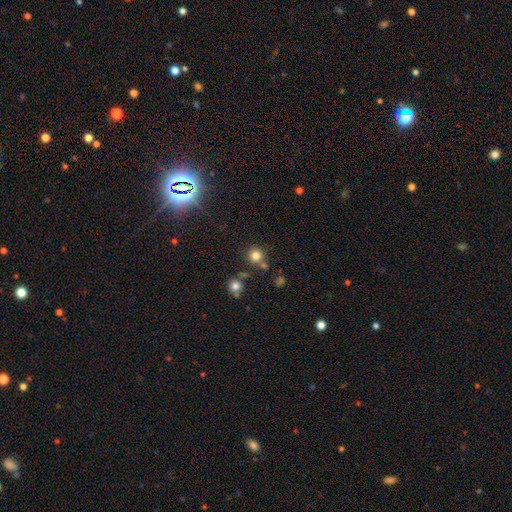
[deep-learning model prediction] The model was most divided on "smooth or featured": smooth: 77%, star or artifact: 16%, featured or disk: 7%. More confident: how rounded — round (91%); merging — none (75%).